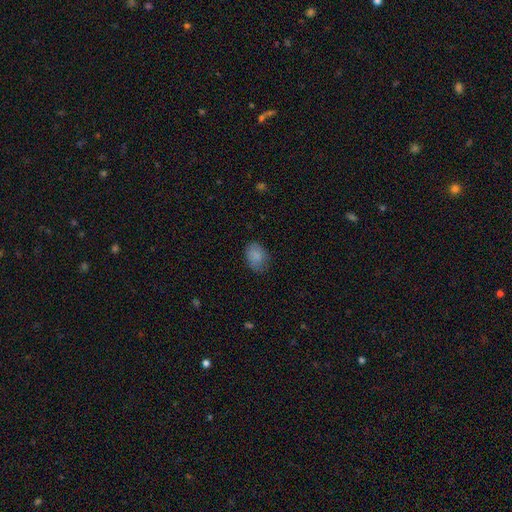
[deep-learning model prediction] This is clearly a smooth galaxy (85%). How rounded: likely in between (79%). Merging: likely none (75%).